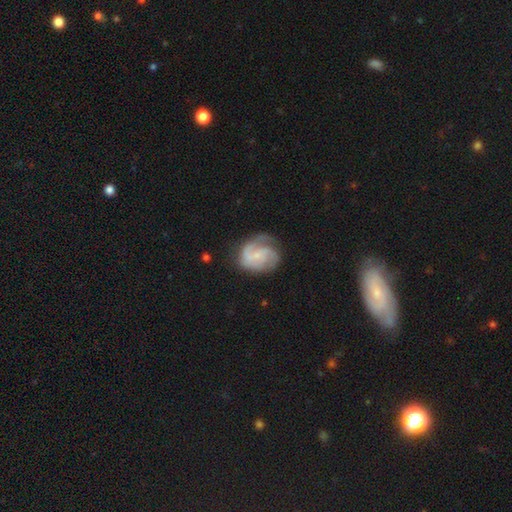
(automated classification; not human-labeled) Smooth or featured?
  - featured or disk: 77% *
  - smooth: 17%
  - star or artifact: 6%
Edge-on disk?
  - no: 98% *
  - yes: 2%
Bar?
  - no: 61% *
  - weak: 33%
  - strong: 6%
Spiral arms?
  - yes: 95% *
  - no: 5%
Spiral winding?
  - medium: 47% *
  - tight: 34%
  - loose: 19%
Spiral arm count?
  - 2: 42% *
  - 3: 24%
  - can't tell: 17%
  - 1: 9%
  - 4: 4%
  - more than 4: 3%
Bulge size?
  - small: 73% *
  - moderate: 14%
  - none: 11%
  - large: 1%
  - dominant: 1%
Merging?
  - none: 61% *
  - minor disturbance: 23%
  - major disturbance: 14%
  - merger: 2%